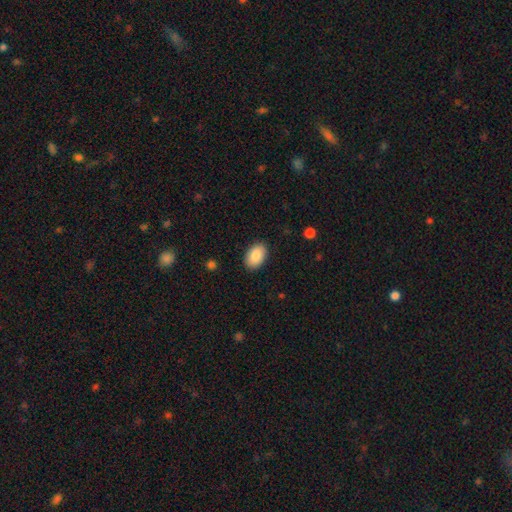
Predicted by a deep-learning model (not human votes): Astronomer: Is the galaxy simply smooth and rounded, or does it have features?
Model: smooth — 88%.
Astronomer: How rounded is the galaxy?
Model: in between — 91%.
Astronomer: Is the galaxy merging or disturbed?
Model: none — 88%.